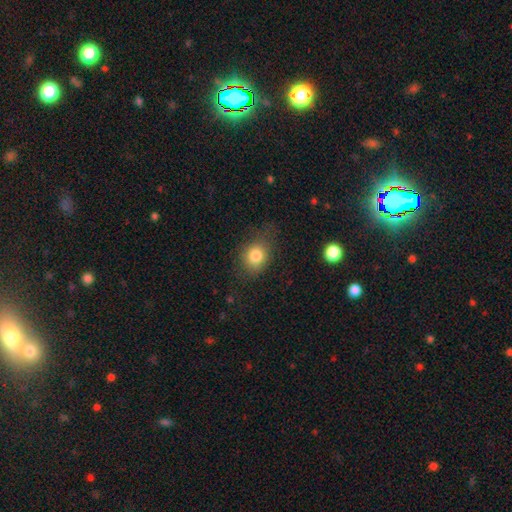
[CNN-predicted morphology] This is clearly a smooth galaxy (81%). How rounded: possibly round (60%). Merging: likely none (70%).